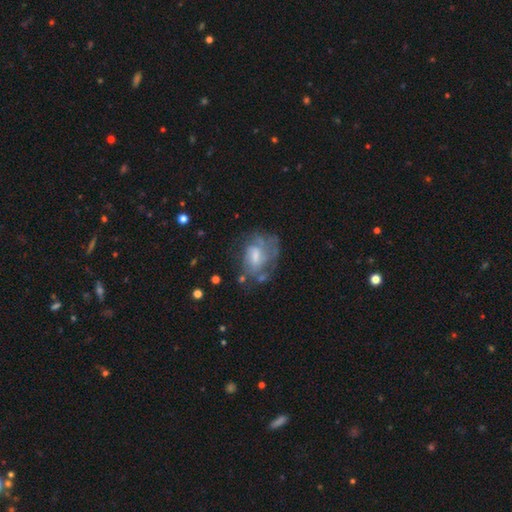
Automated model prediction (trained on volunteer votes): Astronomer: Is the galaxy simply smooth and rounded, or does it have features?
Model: featured or disk — 63%.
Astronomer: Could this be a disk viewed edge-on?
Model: no — 97%.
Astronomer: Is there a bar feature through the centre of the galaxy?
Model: weak — 48% (runner-up: no, 42%).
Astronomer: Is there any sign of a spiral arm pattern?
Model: yes — 65%.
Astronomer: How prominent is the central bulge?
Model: small — 44% (runner-up: moderate, 35%).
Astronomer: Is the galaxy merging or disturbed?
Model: none — 43% (runner-up: major disturbance, 27%).